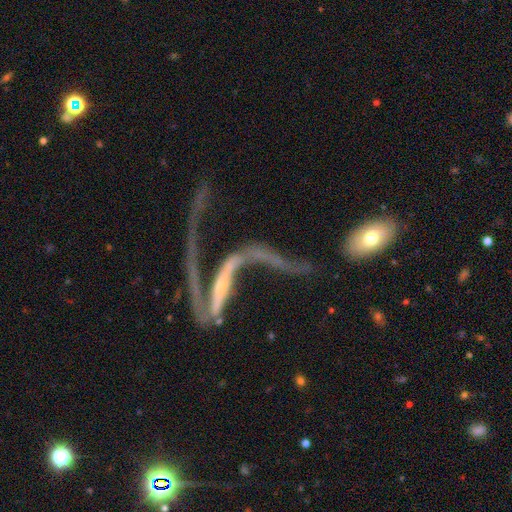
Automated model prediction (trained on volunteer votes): Smooth or featured: featured or disk — 80% (smooth — 11%)
Edge-on disk: no — 81% (yes — 19%)
Bar: no — 41% (strong — 37%)
Spiral arms: yes — 70% (no — 30%)
Bulge size: small — 57% (none — 20%)
Merging: major disturbance — 45% (merger — 23%)